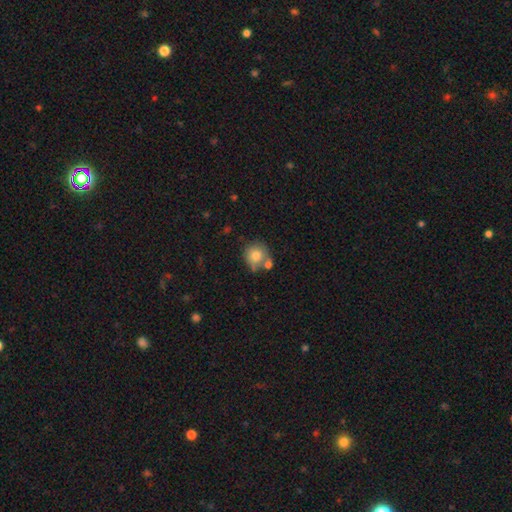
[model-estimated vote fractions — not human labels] Overall: smooth (77%). How rounded: round (87%). Merging: none (56%; merger 24%).